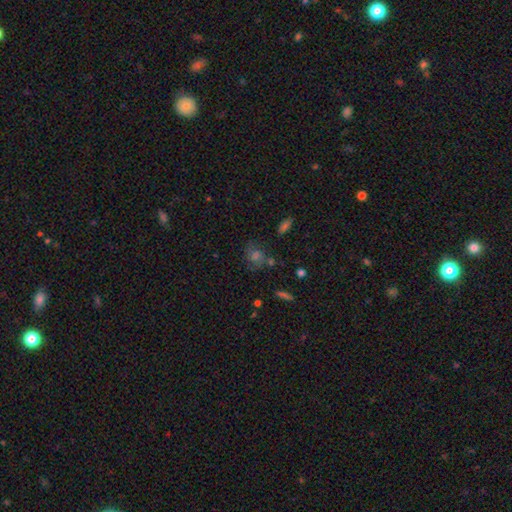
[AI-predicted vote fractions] Smooth or featured? Predicted: smooth (p=0.40). Merging? Predicted: none (p=0.66).